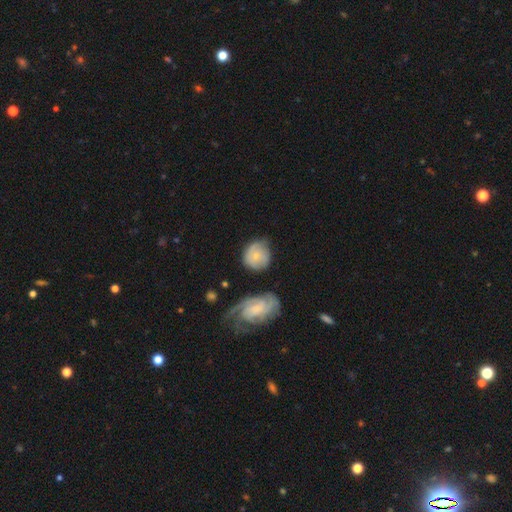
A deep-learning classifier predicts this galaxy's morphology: Smooth or featured? Predicted: smooth (p=0.50). Merging? Predicted: none (p=0.60).